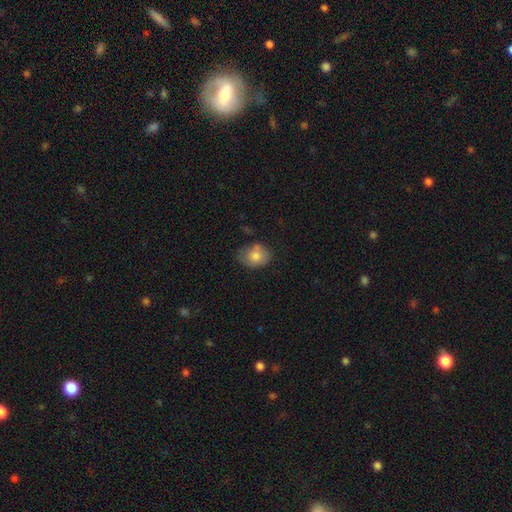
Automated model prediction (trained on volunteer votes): This is likely a smooth galaxy (77%). How rounded: possibly in between (52%). Merging: possibly none (57%).